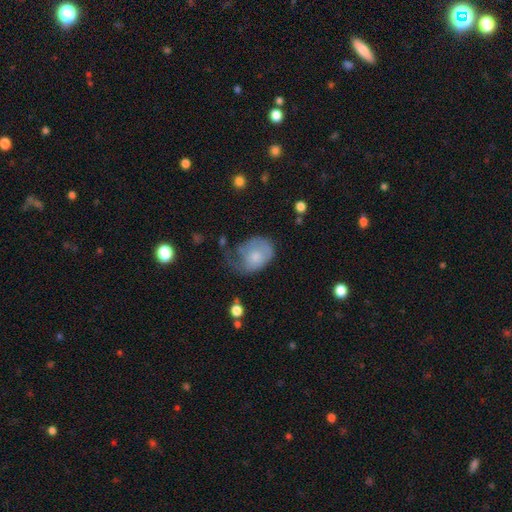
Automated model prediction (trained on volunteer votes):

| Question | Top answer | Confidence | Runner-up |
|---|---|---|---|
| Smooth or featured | smooth | 58% | featured or disk (35%) |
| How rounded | in between | 67% | round (32%) |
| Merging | major disturbance | 42% | minor disturbance (32%) |